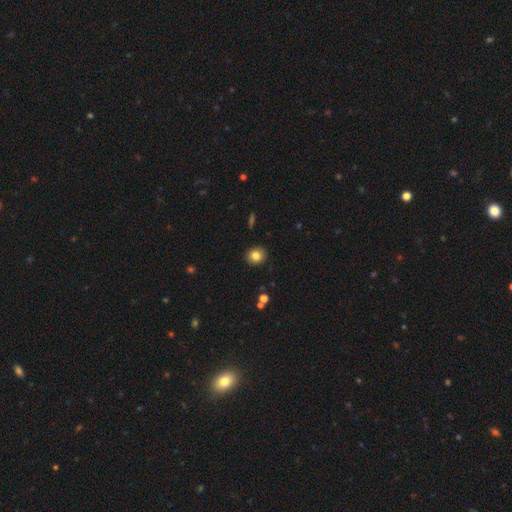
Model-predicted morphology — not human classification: Smooth or featured? Predicted: smooth (p=0.82). How rounded? Predicted: round (p=0.81). Merging? Predicted: none (p=0.91).